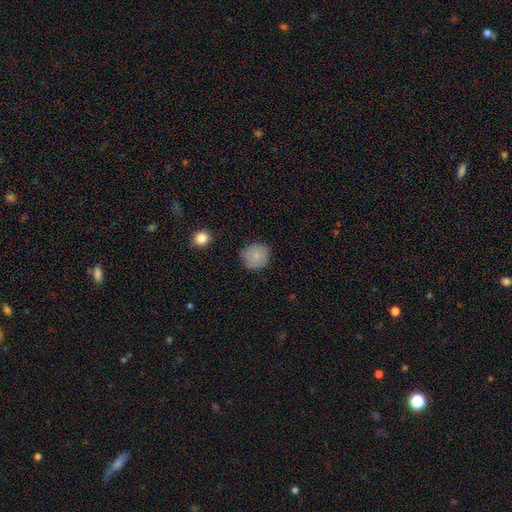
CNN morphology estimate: smooth-or-featured: smooth: 84% | star or artifact: 8% | featured or disk: 7%
  how-rounded: round: 88% | in between: 11% | cigar-shaped: 1%
  merging: none: 81% | minor disturbance: 14% | major disturbance: 3% | merger: 2%